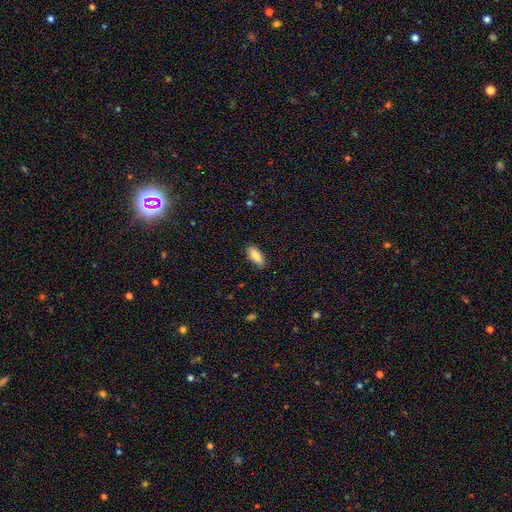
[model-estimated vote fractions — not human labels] Q: Smooth or featured?
A: smooth (85%); runner-up: featured or disk (8%)
Q: How rounded?
A: in between (84%); runner-up: cigar-shaped (14%)
Q: Merging?
A: none (87%); runner-up: minor disturbance (10%)